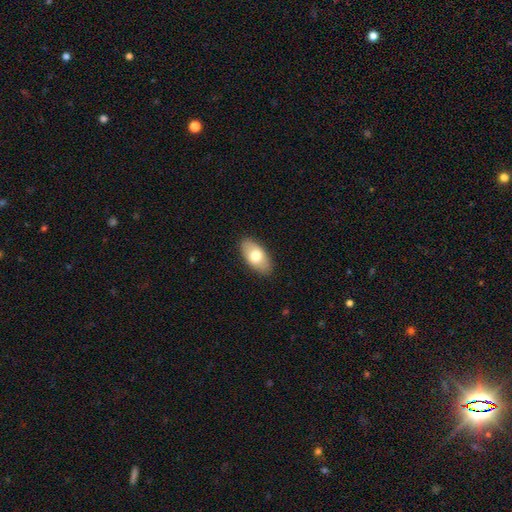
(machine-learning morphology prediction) smooth-or-featured: smooth: 72% | featured or disk: 22% | star or artifact: 6%
  how-rounded: in between: 93% | cigar-shaped: 4% | round: 3%
  merging: none: 88% | minor disturbance: 9% | major disturbance: 2% | merger: 1%